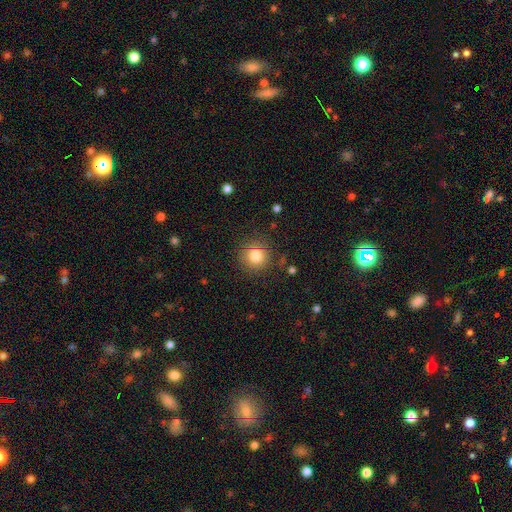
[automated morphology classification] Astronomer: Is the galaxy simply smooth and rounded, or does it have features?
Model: smooth — 80%.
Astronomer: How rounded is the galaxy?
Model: round — 93%.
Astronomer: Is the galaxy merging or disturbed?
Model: none — 86%.